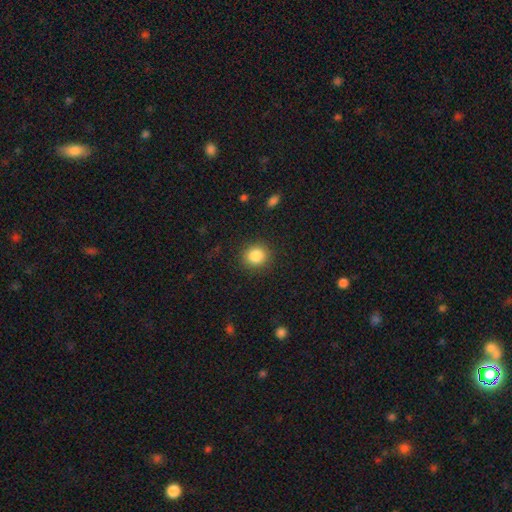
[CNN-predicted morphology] Smooth or featured? smooth (85%)
How rounded? round (86%)
Merging? none (89%)